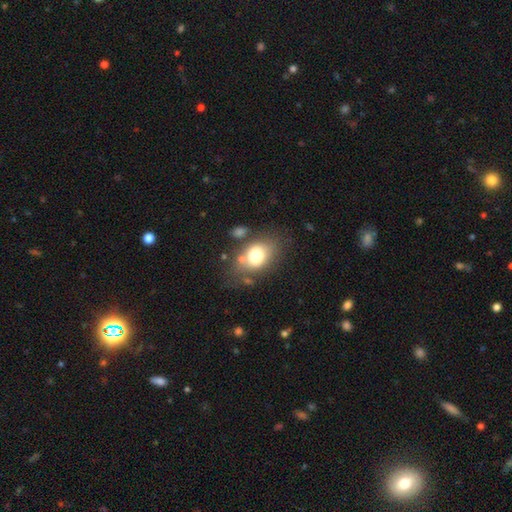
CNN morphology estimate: This is likely a smooth galaxy (73%). How rounded: likely in between (71%). Merging: likely none (61%).